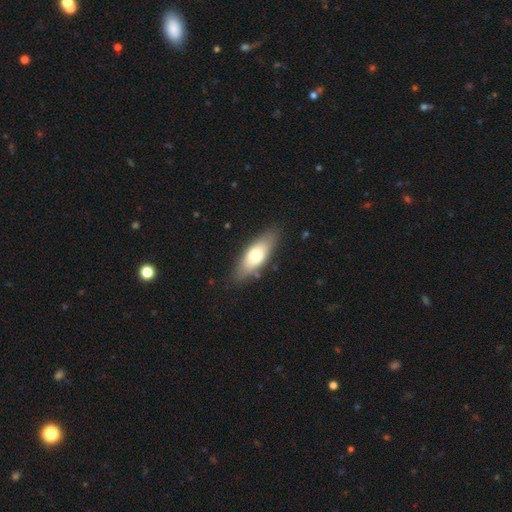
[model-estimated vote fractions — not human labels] Q: Smooth or featured?
A: smooth (67%); runner-up: featured or disk (27%)
Q: How rounded?
A: in between (71%); runner-up: cigar-shaped (27%)
Q: Merging?
A: none (83%); runner-up: minor disturbance (12%)